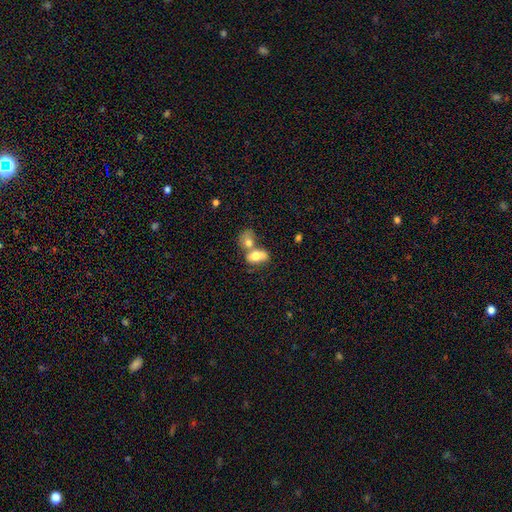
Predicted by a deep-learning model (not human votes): A smooth galaxy with no disk features (70%) that is in between round and cigar-shaped (84%). Merging: merger (66%).